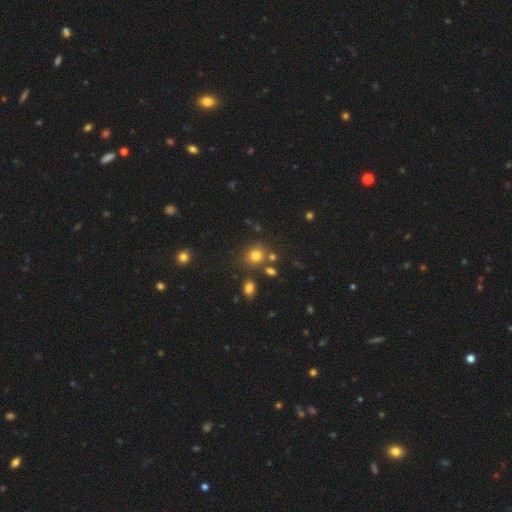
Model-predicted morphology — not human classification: smooth 76%, star or artifact 16%, featured or disk 8%. Down the decision tree: how rounded — round (79%); merging — none (74%).